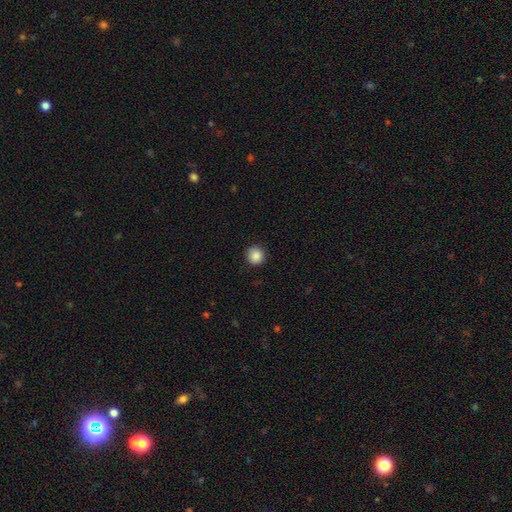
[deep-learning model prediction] A smooth galaxy with no disk features (88%) that is round (94%).

Vote fractions:
- Smooth or featured? smooth: 88% / star or artifact: 9% / featured or disk: 3%
- How rounded? round: 94% / in between: 5% / cigar-shaped: 1%
- Merging? none: 92% / minor disturbance: 6% / major disturbance: 2% / merger: 1%